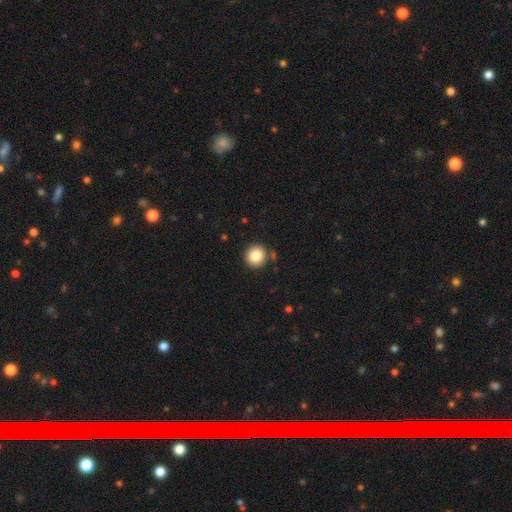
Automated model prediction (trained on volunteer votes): Smooth or featured?
  - smooth: 84% *
  - star or artifact: 10%
  - featured or disk: 6%
How rounded?
  - round: 93% *
  - in between: 6%
  - cigar-shaped: 1%
Merging?
  - none: 87% *
  - minor disturbance: 7%
  - merger: 3%
  - major disturbance: 2%